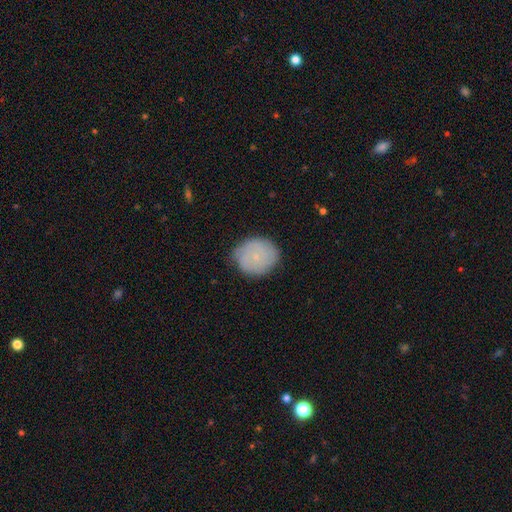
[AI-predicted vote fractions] A smooth galaxy with no disk features (55%) that is round (73%). Merging: none (77%).